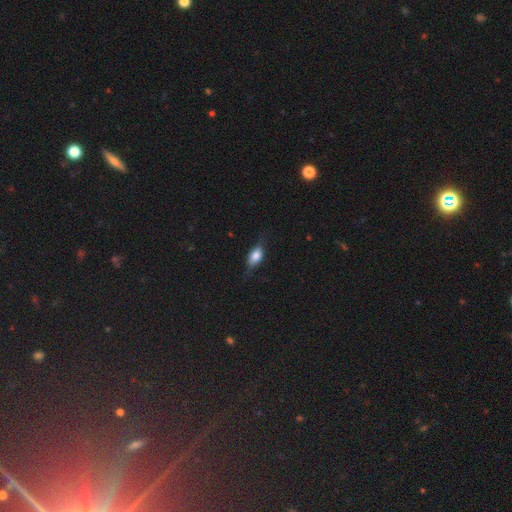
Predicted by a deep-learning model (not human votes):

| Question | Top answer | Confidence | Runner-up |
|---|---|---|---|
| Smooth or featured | smooth | 64% | featured or disk (28%) |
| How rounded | in between | 78% | cigar-shaped (12%) |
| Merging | none | 68% | minor disturbance (23%) |